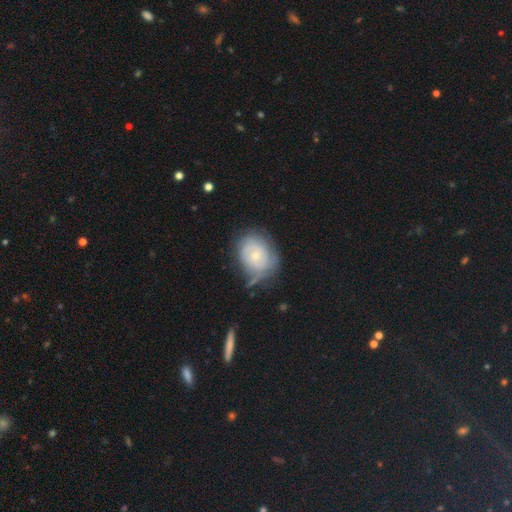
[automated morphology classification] The model was most divided on "merging": none: 55%, minor disturbance: 28%, major disturbance: 13%, merger: 4%. More confident: edge-on disk — no (97%); bar — no (80%); spiral arms — yes (77%); bulge size — small (66%); smooth or featured — featured or disk (60%).